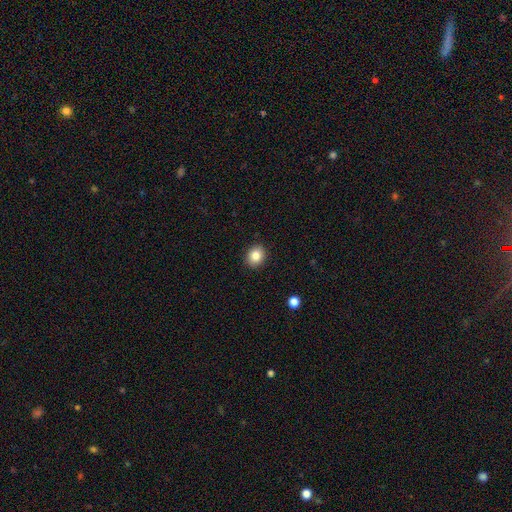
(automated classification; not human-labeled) Smooth or featured? Predicted: smooth (p=0.84). How rounded? Predicted: round (p=0.68). Merging? Predicted: none (p=0.90).